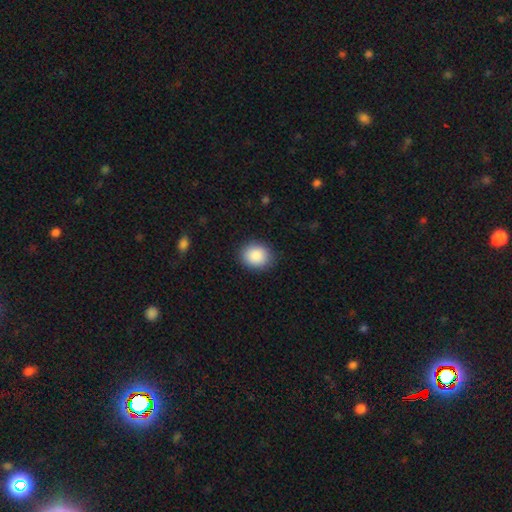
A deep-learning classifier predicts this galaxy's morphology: type=smooth (89%); roundness=round (66%); merging=none (88%).